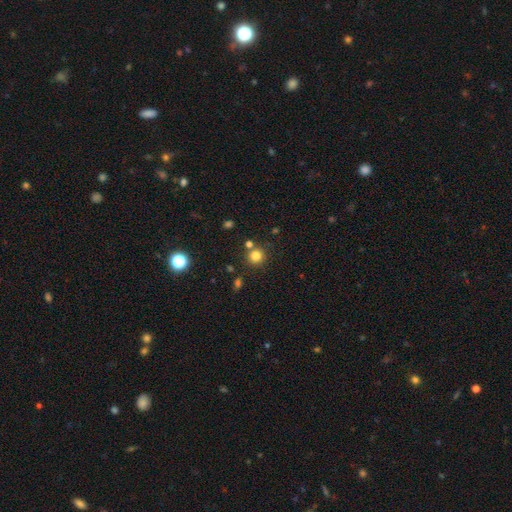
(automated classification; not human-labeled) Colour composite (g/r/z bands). It shows a smooth galaxy with no disk features (80%) that is round (93%). Merging: none (79%).